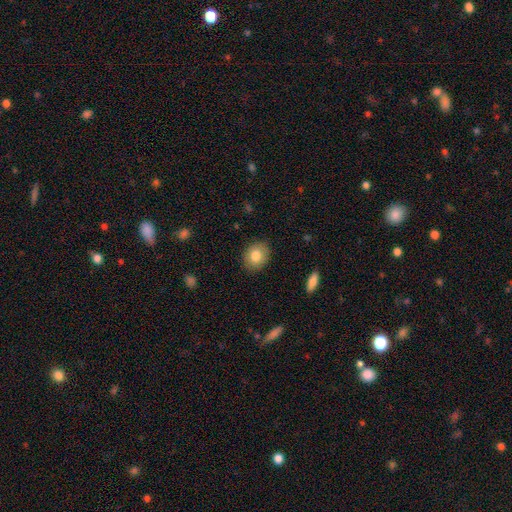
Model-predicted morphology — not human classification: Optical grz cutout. It shows a smooth galaxy with no disk features (81%) that is round (53%). Merging: none (87%).